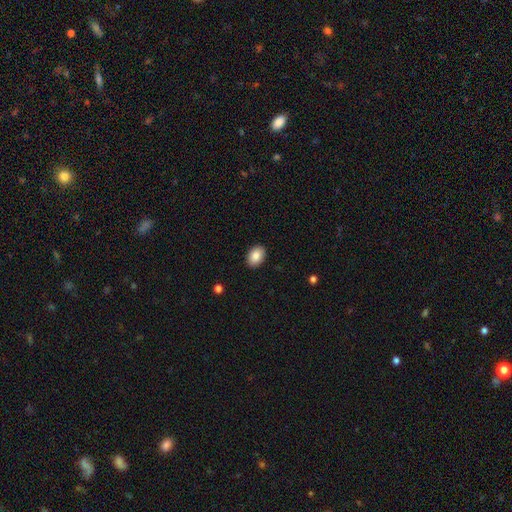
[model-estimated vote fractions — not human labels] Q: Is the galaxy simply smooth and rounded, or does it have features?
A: smooth — 85%.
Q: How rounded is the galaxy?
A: in between — 78%.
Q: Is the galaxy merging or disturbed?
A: none — 90%.